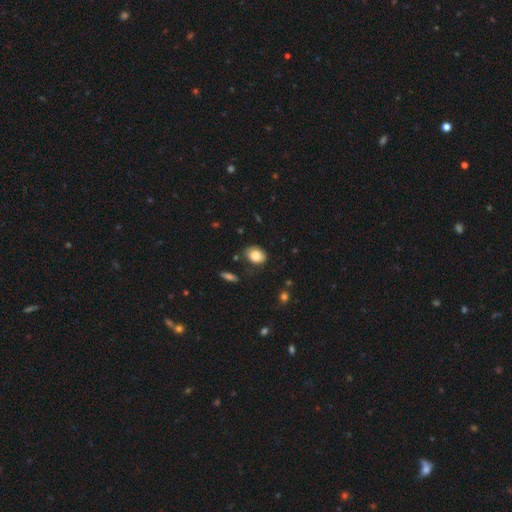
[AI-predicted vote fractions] This appears to be a smooth galaxy with no disk features (82%) that is in between round and cigar-shaped (69%). Merging: none (70%).